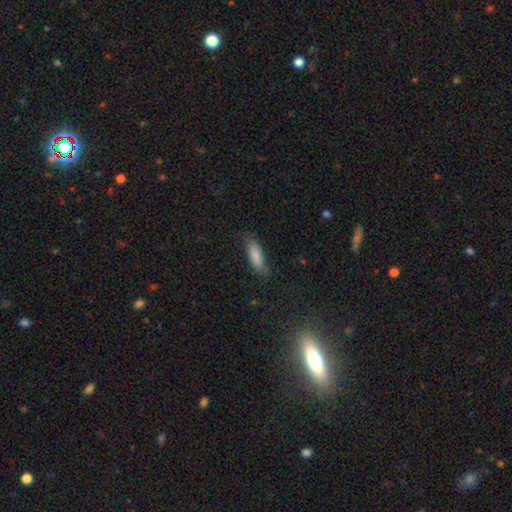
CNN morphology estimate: The model was most divided on "how rounded": in between: 57%, cigar-shaped: 41%, round: 2%. More confident: smooth or featured — smooth (85%); merging — none (76%).